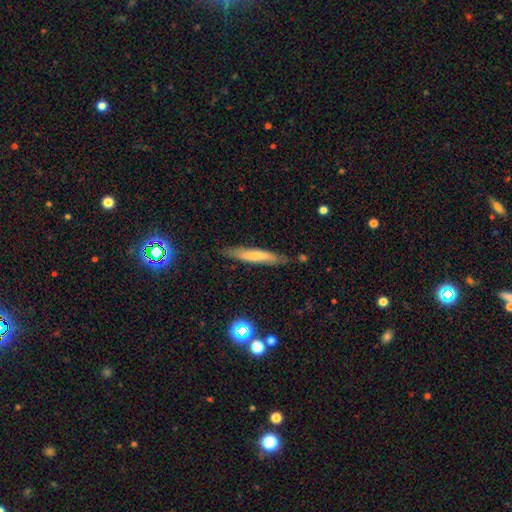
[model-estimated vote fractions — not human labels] Morphology: type=smooth (66%); roundness=cigar-shaped (91%); merging=none (81%).